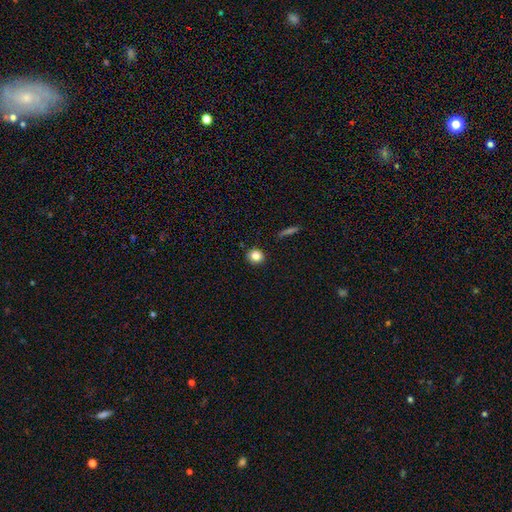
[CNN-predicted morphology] Q: Smooth or featured?
A: smooth (81%); runner-up: star or artifact (10%)
Q: How rounded?
A: round (85%); runner-up: in between (14%)
Q: Merging?
A: none (89%); runner-up: minor disturbance (7%)